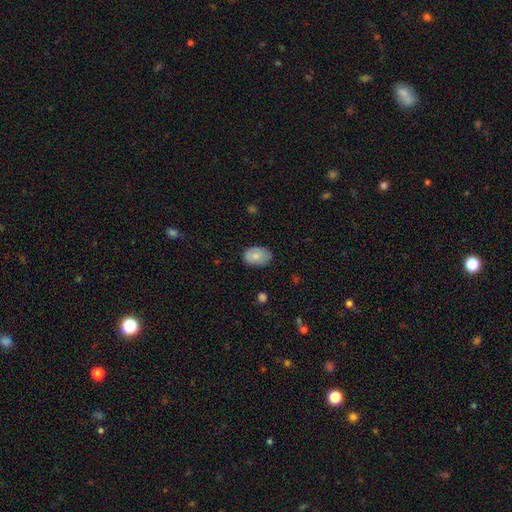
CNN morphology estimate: Smooth or featured? Predicted: smooth (p=0.78). How rounded? Predicted: in between (p=0.83). Merging? Predicted: none (p=0.74).